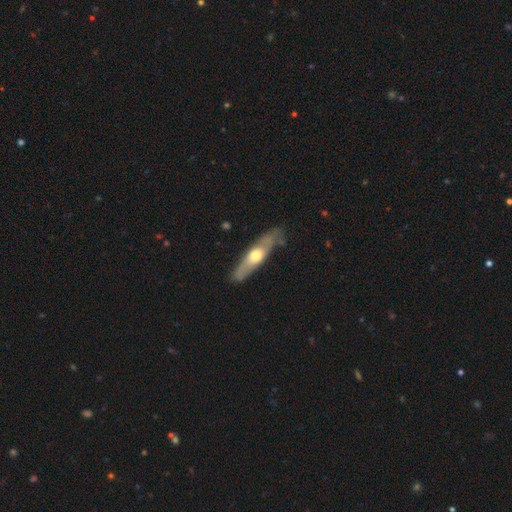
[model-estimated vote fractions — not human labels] This appears to be a featured or disk galaxy (54%) viewed edge-on (59%). Merging: none (78%).